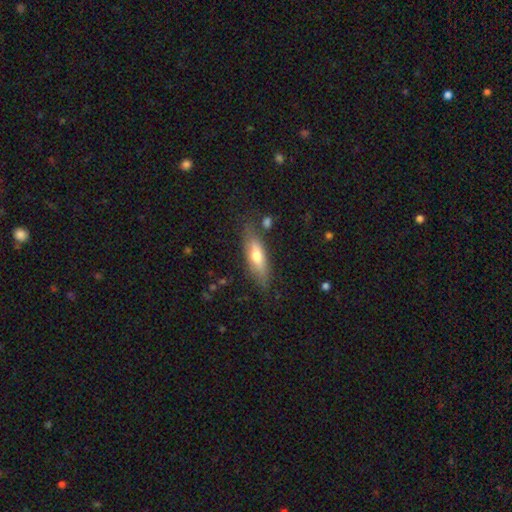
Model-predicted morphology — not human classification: Smooth or featured? smooth (57%)
How rounded? cigar-shaped (51%)
Merging? none (75%)